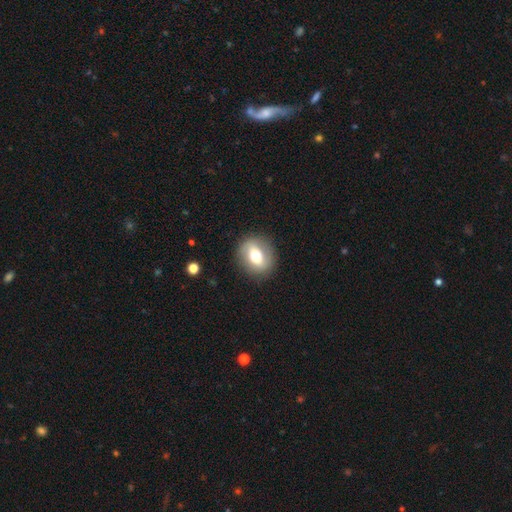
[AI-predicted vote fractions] Q: Smooth or featured?
A: smooth (59%); runner-up: featured or disk (33%)
Q: How rounded?
A: round (62%); runner-up: in between (37%)
Q: Merging?
A: none (86%); runner-up: minor disturbance (9%)